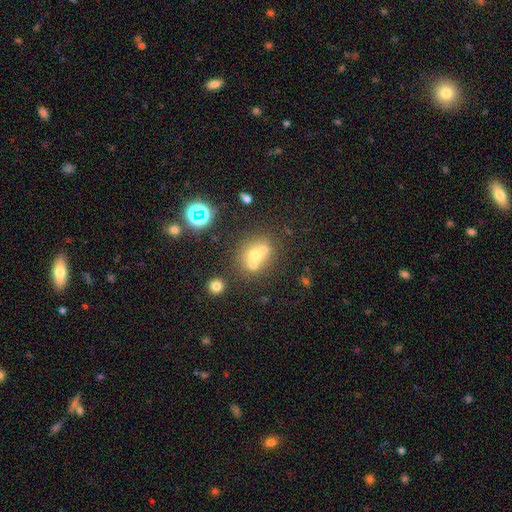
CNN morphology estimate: This is possibly a smooth galaxy (56%). How rounded: likely round (69%). Merging: possibly merger (47%).